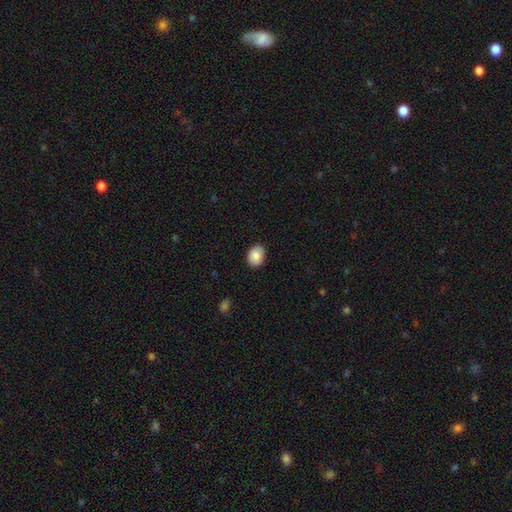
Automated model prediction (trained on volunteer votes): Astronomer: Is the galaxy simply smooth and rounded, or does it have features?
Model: smooth — 83%.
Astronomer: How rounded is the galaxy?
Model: in between — 65%.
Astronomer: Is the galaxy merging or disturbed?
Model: none — 87%.